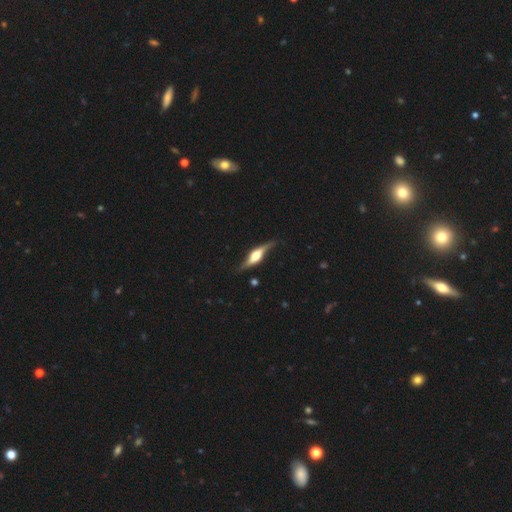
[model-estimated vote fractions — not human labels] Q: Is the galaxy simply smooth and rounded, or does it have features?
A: featured or disk — 75%.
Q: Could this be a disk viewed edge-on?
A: yes — 86%.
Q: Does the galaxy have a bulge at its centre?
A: rounded — 90%.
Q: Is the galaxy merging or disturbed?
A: none — 71%.